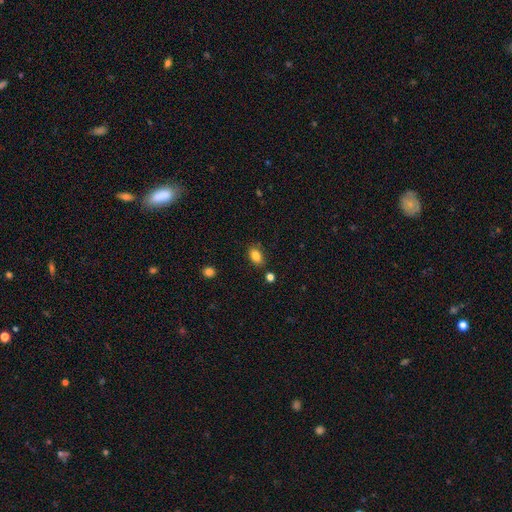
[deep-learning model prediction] Smooth or featured: smooth — 85% (star or artifact — 9%)
How rounded: in between — 85% (round — 13%)
Merging: none — 82% (minor disturbance — 12%)